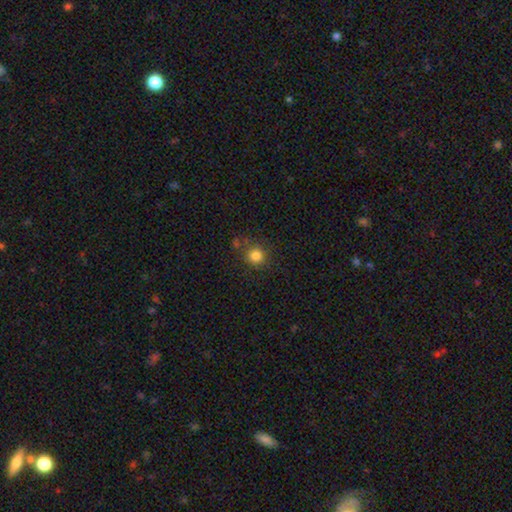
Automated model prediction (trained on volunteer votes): smooth-or-featured: smooth: 82% | star or artifact: 12% | featured or disk: 5%
  how-rounded: round: 92% | in between: 8% | cigar-shaped: 1%
  merging: none: 77% | minor disturbance: 12% | merger: 7% | major disturbance: 4%